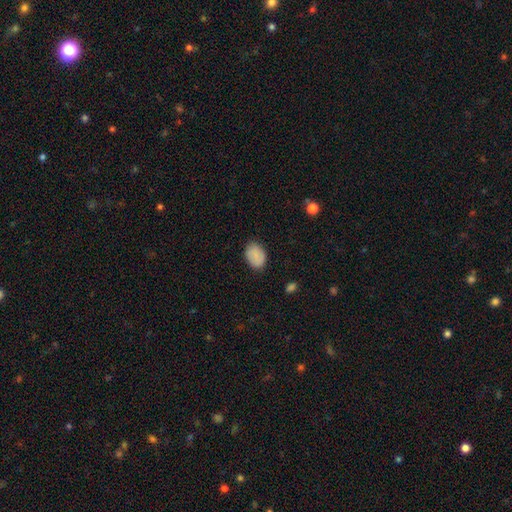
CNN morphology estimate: Q: Smooth or featured?
A: smooth (87%); runner-up: star or artifact (7%)
Q: How rounded?
A: in between (78%); runner-up: round (21%)
Q: Merging?
A: none (83%); runner-up: minor disturbance (13%)